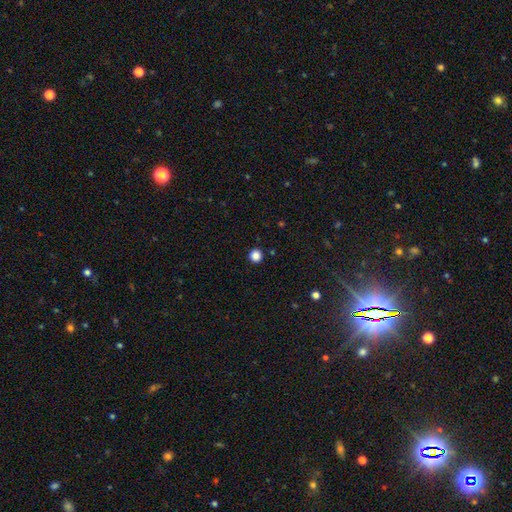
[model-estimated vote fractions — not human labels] A smooth galaxy with no disk features (86%) that is round (95%). Merging: none (93%).